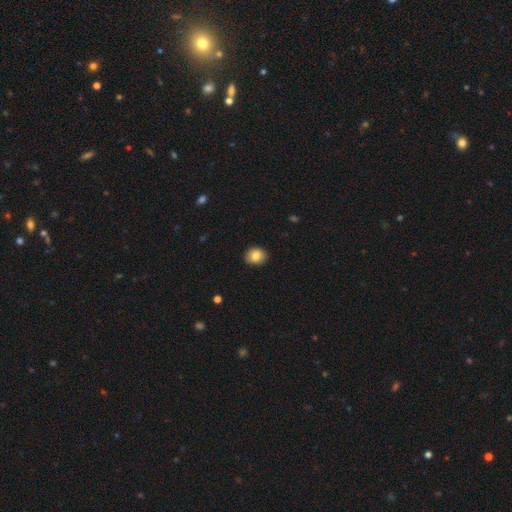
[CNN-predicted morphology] smooth-or-featured: smooth: 84% | star or artifact: 9% | featured or disk: 8%
  how-rounded: round: 64% | in between: 35% | cigar-shaped: 1%
  merging: none: 90% | minor disturbance: 8% | major disturbance: 2% | merger: 1%